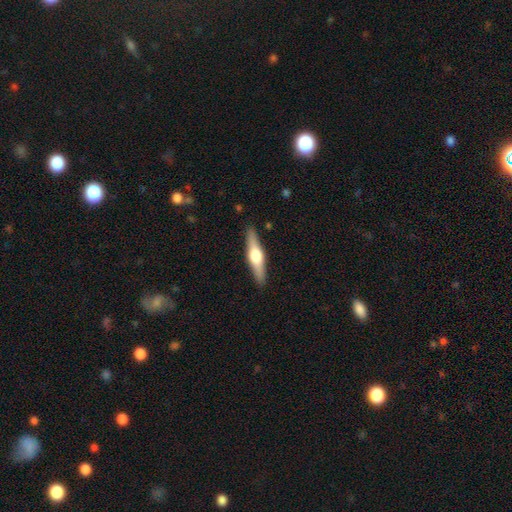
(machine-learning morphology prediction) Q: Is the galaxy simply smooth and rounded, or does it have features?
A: featured or disk — 59%.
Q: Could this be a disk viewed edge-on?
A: yes — 96%.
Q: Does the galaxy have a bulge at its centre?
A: rounded — 93%.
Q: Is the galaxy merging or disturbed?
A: none — 89%.